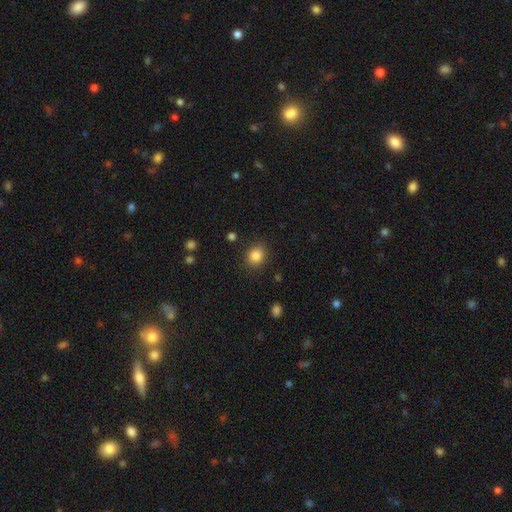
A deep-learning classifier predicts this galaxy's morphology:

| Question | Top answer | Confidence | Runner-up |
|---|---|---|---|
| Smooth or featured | smooth | 85% | star or artifact (10%) |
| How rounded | round | 65% | in between (34%) |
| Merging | none | 87% | minor disturbance (9%) |